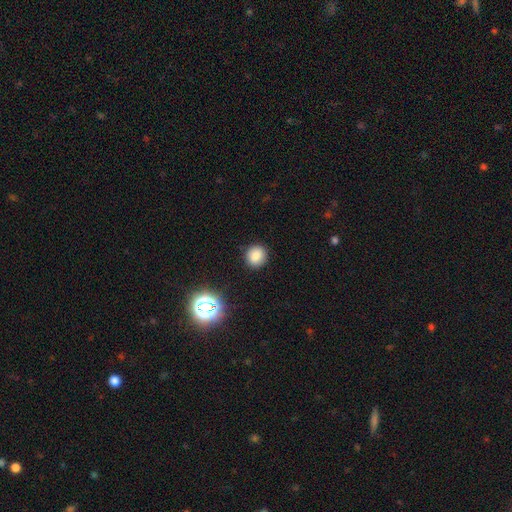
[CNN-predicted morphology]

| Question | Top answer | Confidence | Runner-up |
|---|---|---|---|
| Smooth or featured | smooth | 82% | star or artifact (13%) |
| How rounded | round | 86% | in between (13%) |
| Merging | none | 89% | minor disturbance (8%) |